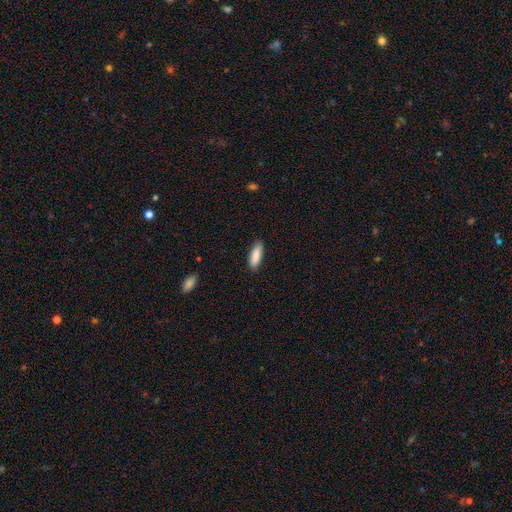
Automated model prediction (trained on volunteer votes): smooth-or-featured: smooth: 87% | featured or disk: 7% | star or artifact: 6%
  how-rounded: in between: 57% | cigar-shaped: 41% | round: 2%
  merging: none: 87% | minor disturbance: 10% | major disturbance: 2% | merger: 1%